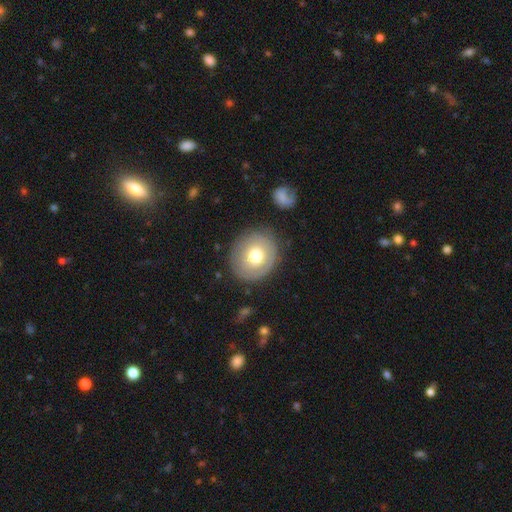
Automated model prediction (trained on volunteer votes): Smooth or featured?
  - smooth: 61% *
  - featured or disk: 32%
  - star or artifact: 7%
How rounded?
  - round: 84% *
  - in between: 15%
  - cigar-shaped: 1%
Merging?
  - none: 80% *
  - minor disturbance: 13%
  - major disturbance: 5%
  - merger: 3%